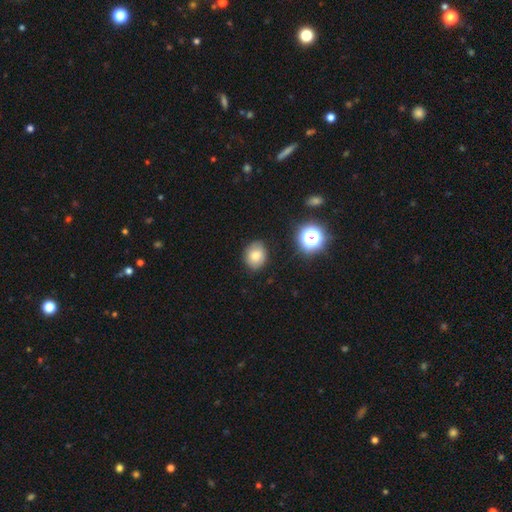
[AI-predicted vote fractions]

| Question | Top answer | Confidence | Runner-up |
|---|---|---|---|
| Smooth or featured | smooth | 78% | star or artifact (12%) |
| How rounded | round | 53% | in between (46%) |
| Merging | none | 82% | minor disturbance (14%) |